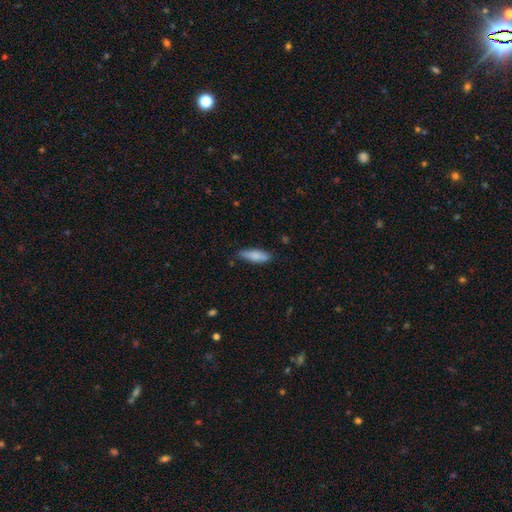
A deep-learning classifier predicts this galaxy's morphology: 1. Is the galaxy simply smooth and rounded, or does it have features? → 83% smooth, 11% featured or disk, 6% star or artifact.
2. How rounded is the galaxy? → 53% cigar-shaped, 45% in between, 2% round.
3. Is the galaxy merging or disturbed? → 78% none, 17% minor disturbance, 3% major disturbance, 2% merger.